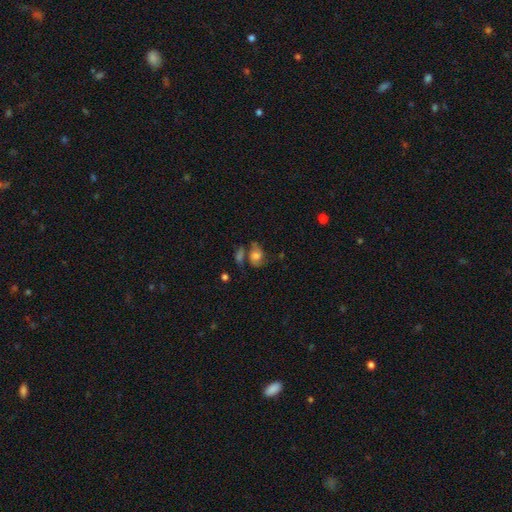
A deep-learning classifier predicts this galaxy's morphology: Overall: featured or disk (48%; smooth 41%). Merging: none (43%; minor disturbance 20%).